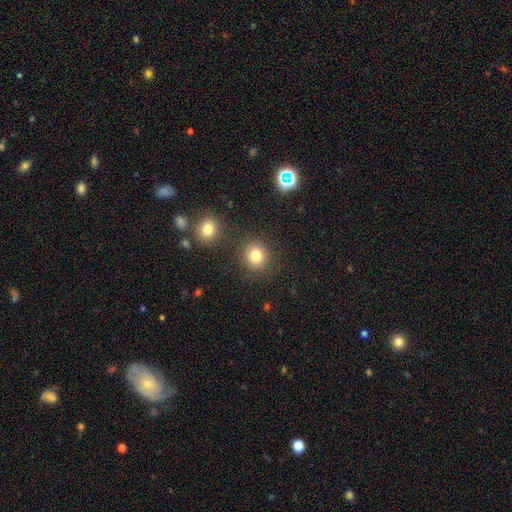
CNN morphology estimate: Smooth or featured? smooth (81%)
How rounded? round (84%)
Merging? none (84%)